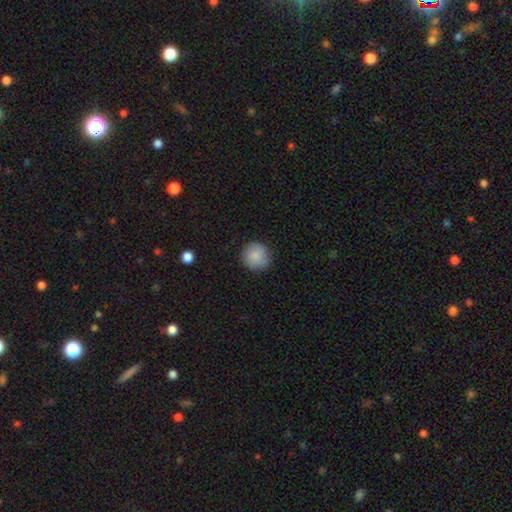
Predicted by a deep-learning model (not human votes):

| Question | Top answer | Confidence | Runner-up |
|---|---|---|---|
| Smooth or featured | smooth | 87% | star or artifact (7%) |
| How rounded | round | 94% | in between (5%) |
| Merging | none | 87% | minor disturbance (10%) |